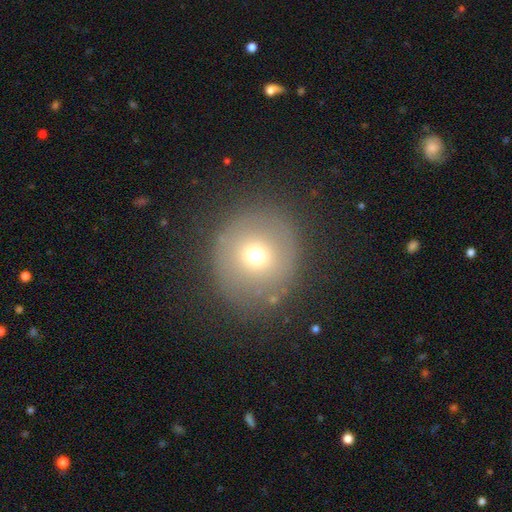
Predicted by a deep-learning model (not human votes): Smooth or featured? smooth (66%)
How rounded? round (91%)
Merging? none (82%)